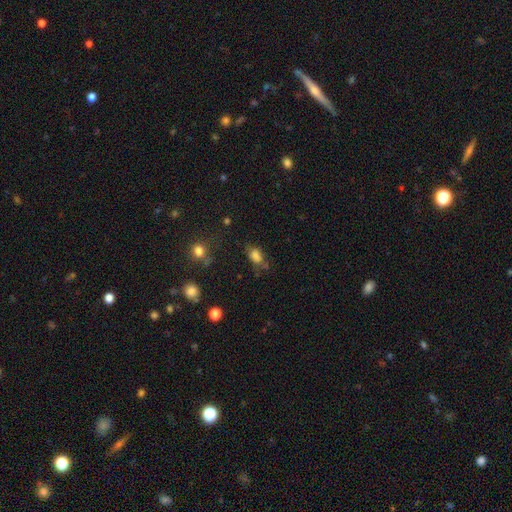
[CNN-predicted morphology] type=smooth (75%); roundness=in between (82%); merging=none (53%).